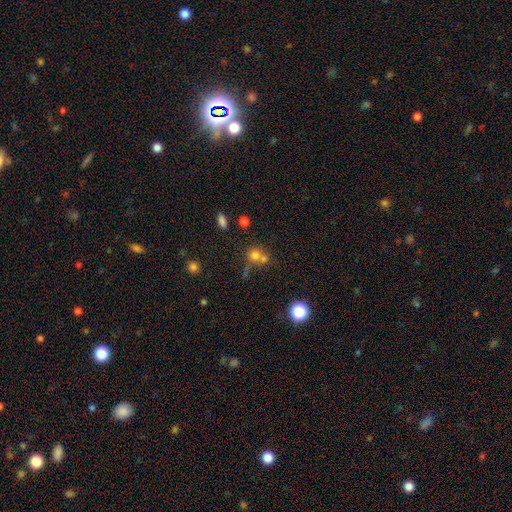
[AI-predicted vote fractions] A smooth galaxy with no disk features (71%) that is round (85%).

Vote fractions:
- Smooth or featured? smooth: 71% / star or artifact: 17% / featured or disk: 12%
- How rounded? round: 85% / in between: 14% / cigar-shaped: 1%
- Merging? merger: 44% / none: 42% / minor disturbance: 9% / major disturbance: 5%